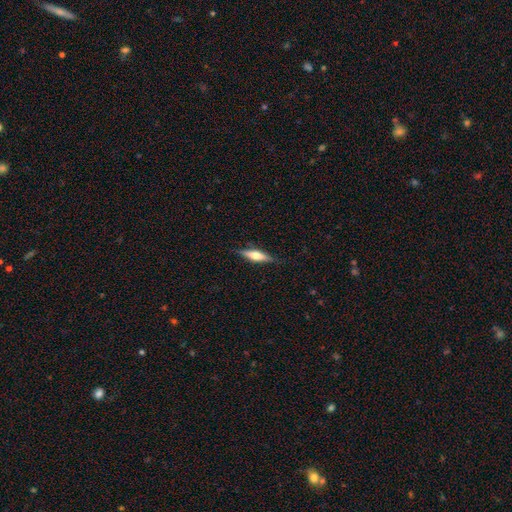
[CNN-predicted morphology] featured or disk 49%, smooth 44%, star or artifact 6%. Down the decision tree: merging — none (85%).